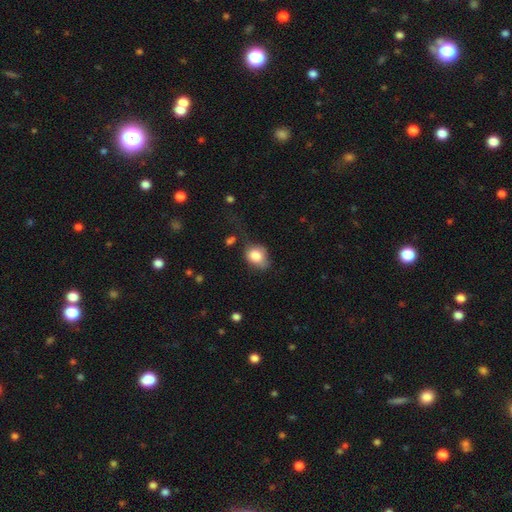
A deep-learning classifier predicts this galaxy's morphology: Smooth or featured? Predicted: smooth (p=0.80). How rounded? Predicted: in between (p=0.52). Merging? Predicted: none (p=0.39).